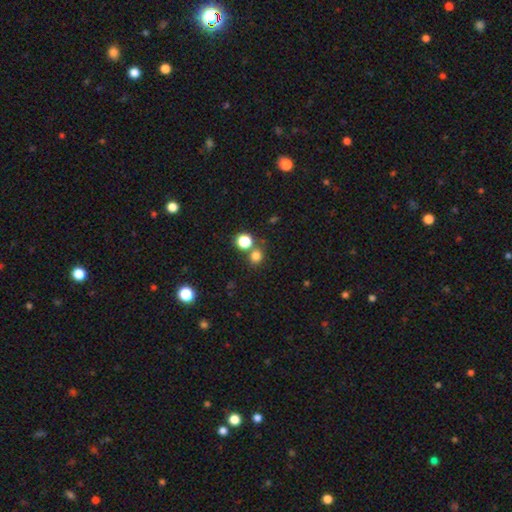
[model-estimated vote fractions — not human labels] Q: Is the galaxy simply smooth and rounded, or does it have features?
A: smooth — 77%.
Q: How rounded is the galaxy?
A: round — 84%.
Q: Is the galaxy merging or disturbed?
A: none — 69%.